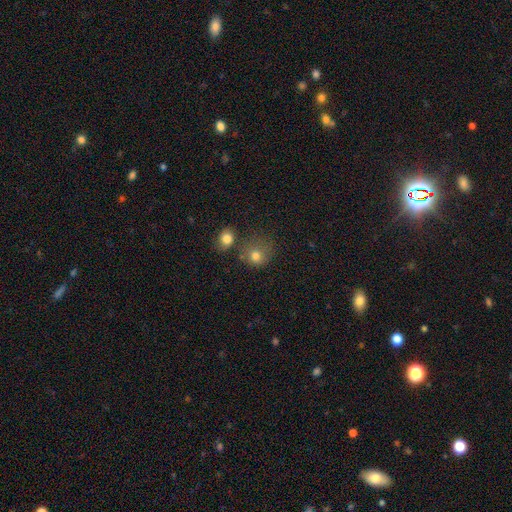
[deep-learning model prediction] Smooth or featured? smooth (78%)
How rounded? round (80%)
Merging? none (55%)